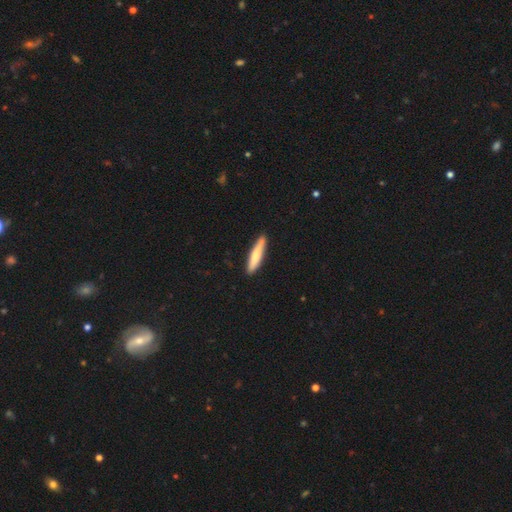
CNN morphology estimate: A smooth galaxy with no disk features (70%) that is cigar-shaped (90%).

Vote fractions:
- Smooth or featured? smooth: 70% / featured or disk: 26% / star or artifact: 5%
- How rounded? cigar-shaped: 90% / in between: 9% / round: 1%
- Merging? none: 88% / minor disturbance: 9% / major disturbance: 2% / merger: 1%